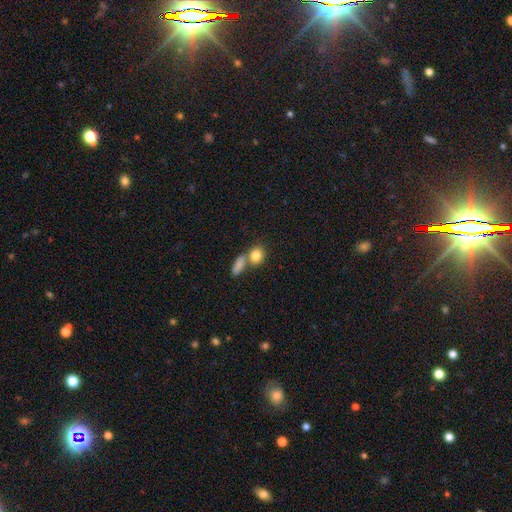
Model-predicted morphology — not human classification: This is clearly a smooth galaxy (83%). How rounded: likely round (64%). Merging: possibly none (47%).